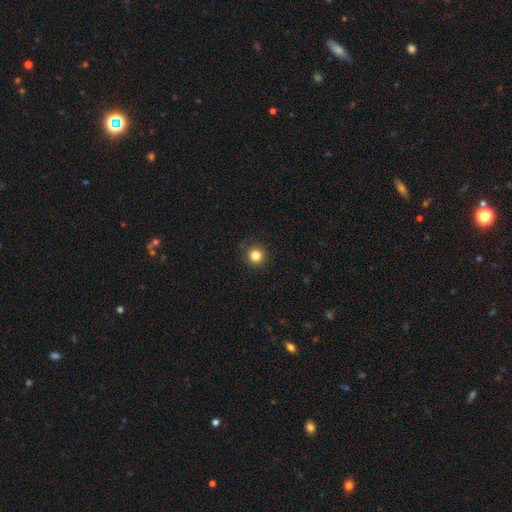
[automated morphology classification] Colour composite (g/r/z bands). It shows a smooth galaxy with no disk features (84%) that is round (95%). Merging: none (91%).